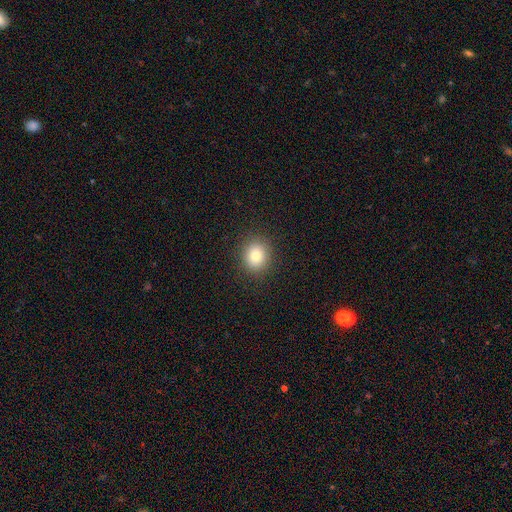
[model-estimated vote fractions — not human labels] This is likely a smooth galaxy (79%). How rounded: clearly round (81%). Merging: clearly none (90%).